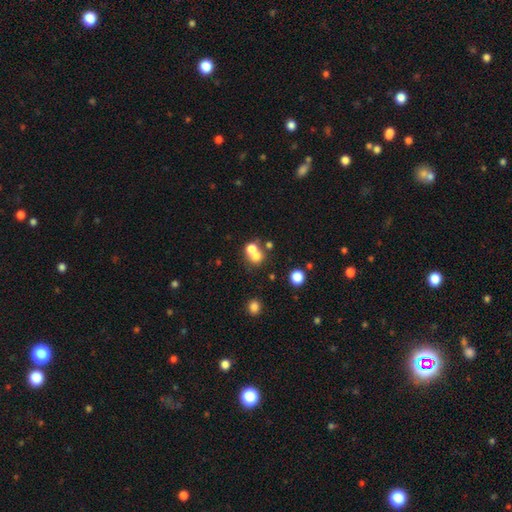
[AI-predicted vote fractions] Smooth or featured: smooth — 68% (featured or disk — 17%)
How rounded: round — 78% (in between — 21%)
Merging: merger — 57% (none — 33%)